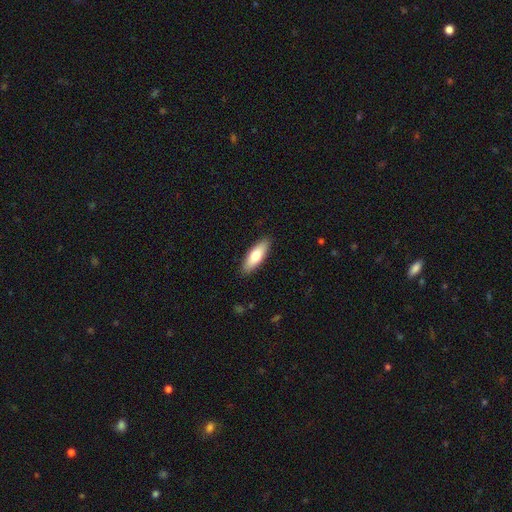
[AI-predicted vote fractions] smooth 71%, featured or disk 23%, star or artifact 6%. Down the decision tree: how rounded — in between (57%); merging — none (90%).